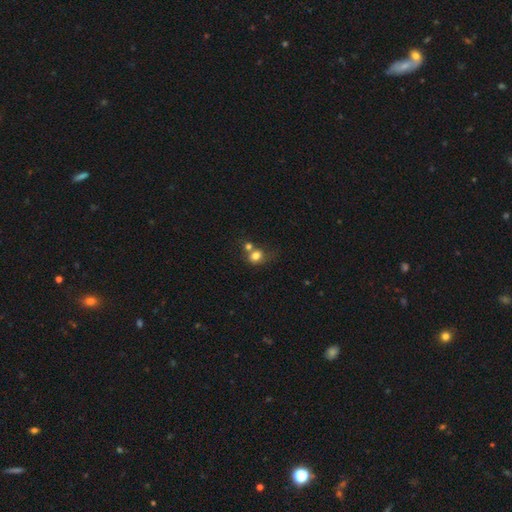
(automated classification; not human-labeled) Smooth or featured? smooth (78%)
How rounded? round (63%)
Merging? merger (44%)